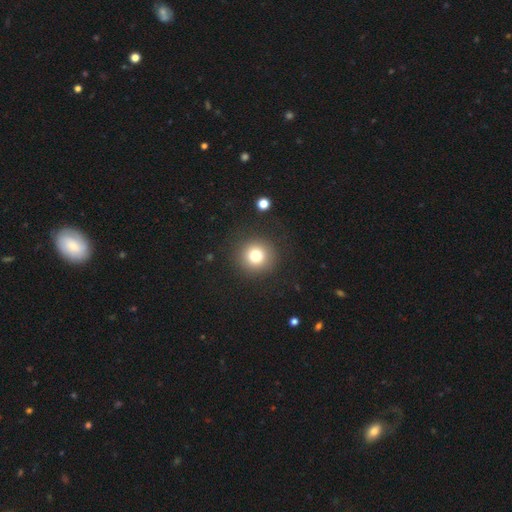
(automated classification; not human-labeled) This is likely a smooth galaxy (78%). How rounded: clearly round (95%). Merging: clearly none (90%).